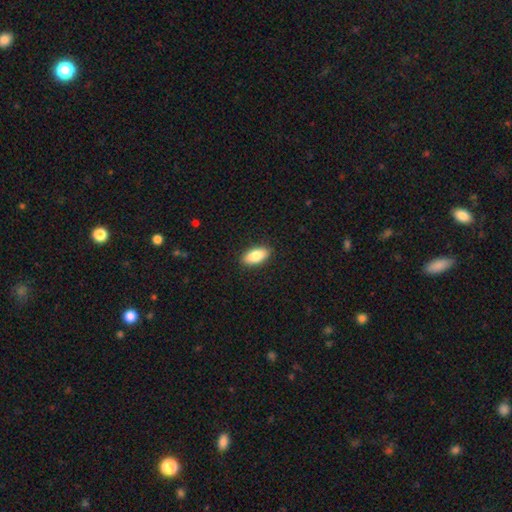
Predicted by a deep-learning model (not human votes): Morphology: type=smooth (83%); roundness=in between (89%); merging=none (90%).